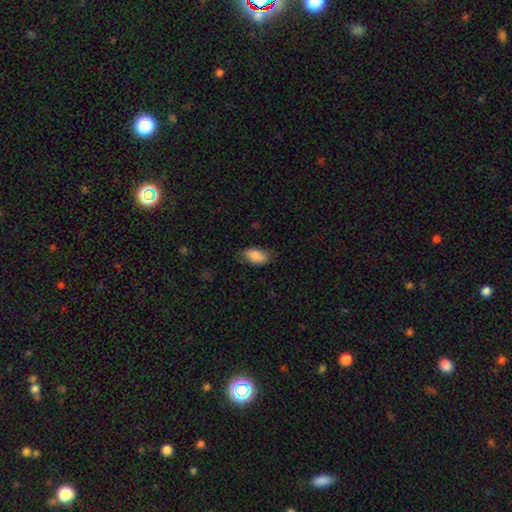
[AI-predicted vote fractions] smooth 88%, star or artifact 6%, featured or disk 5%. Down the decision tree: how rounded — in between (94%); merging — none (79%).